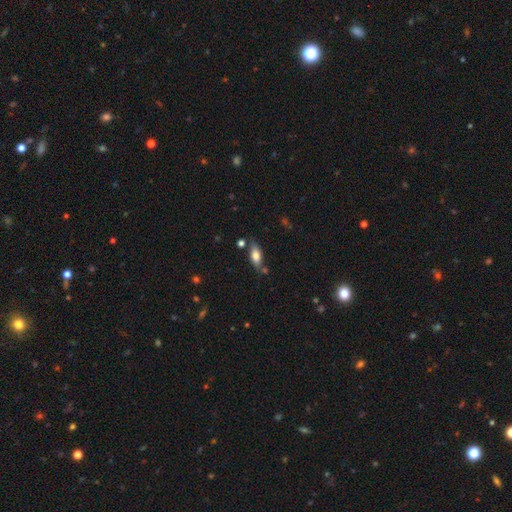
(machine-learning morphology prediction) Smooth or featured: smooth — 71% (featured or disk — 21%)
How rounded: in between — 79% (cigar-shaped — 18%)
Merging: none — 73% (minor disturbance — 16%)